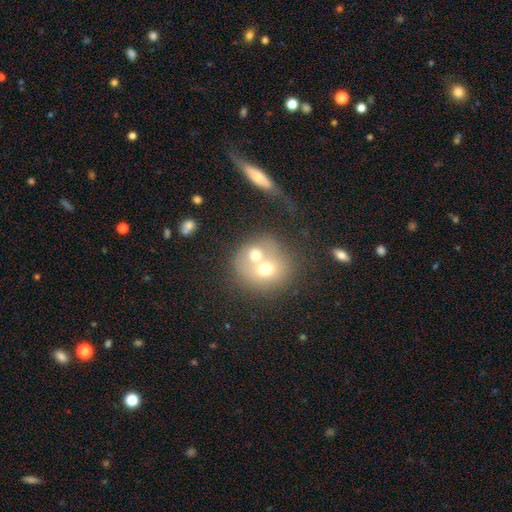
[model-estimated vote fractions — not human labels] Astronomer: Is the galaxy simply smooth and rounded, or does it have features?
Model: smooth — 60%.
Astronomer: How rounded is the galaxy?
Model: round — 74%.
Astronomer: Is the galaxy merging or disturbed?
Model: merger — 68%.